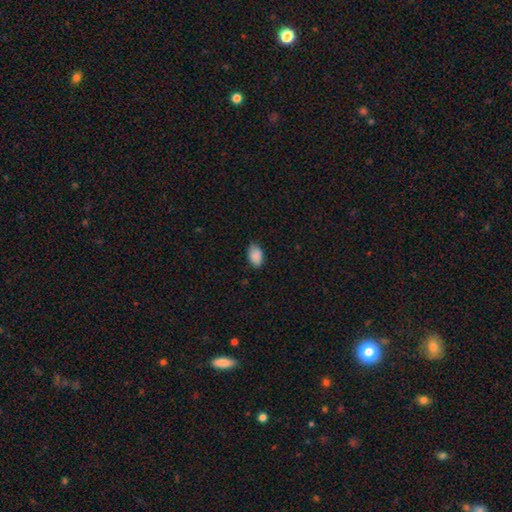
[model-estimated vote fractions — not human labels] smooth 89%, star or artifact 7%, featured or disk 4%. Down the decision tree: how rounded — in between (91%); merging — none (77%).